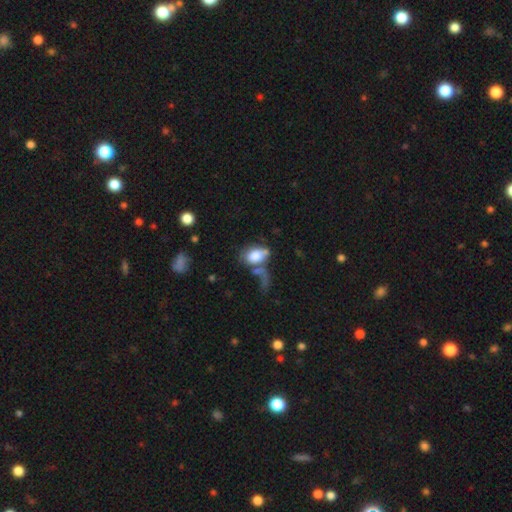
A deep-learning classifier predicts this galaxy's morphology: Smooth or featured?
  - smooth: 69% *
  - featured or disk: 22%
  - star or artifact: 9%
How rounded?
  - in between: 83% *
  - round: 15%
  - cigar-shaped: 2%
Merging?
  - merger: 29% *
  - major disturbance: 28%
  - none: 27%
  - minor disturbance: 16%